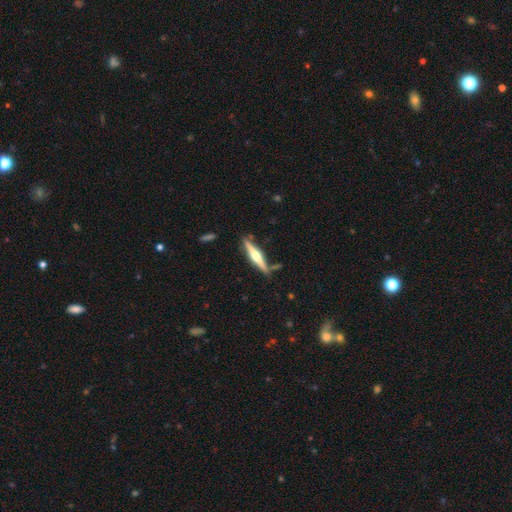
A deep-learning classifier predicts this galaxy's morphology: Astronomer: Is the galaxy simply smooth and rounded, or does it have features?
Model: featured or disk — 71%.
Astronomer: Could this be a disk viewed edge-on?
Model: yes — 97%.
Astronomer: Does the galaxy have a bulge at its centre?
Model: rounded — 91%.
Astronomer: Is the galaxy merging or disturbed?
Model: none — 82%.